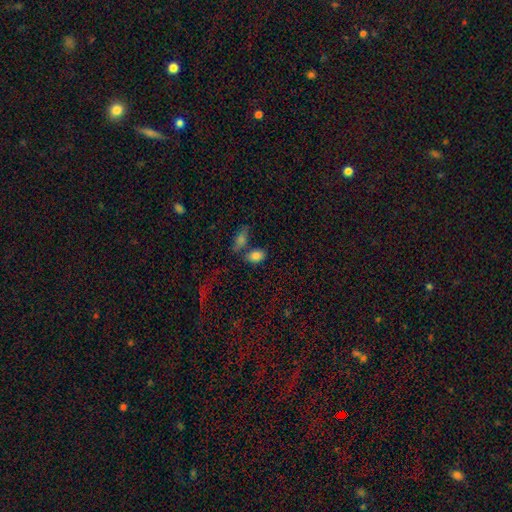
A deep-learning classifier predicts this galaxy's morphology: Smooth or featured?
  - smooth: 84% *
  - star or artifact: 9%
  - featured or disk: 7%
How rounded?
  - in between: 89% *
  - round: 9%
  - cigar-shaped: 2%
Merging?
  - none: 61% *
  - merger: 21%
  - minor disturbance: 13%
  - major disturbance: 5%